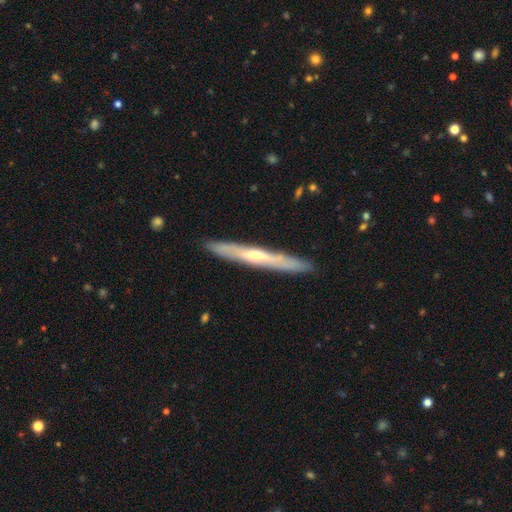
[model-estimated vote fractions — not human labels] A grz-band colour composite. It shows a featured or disk galaxy (63%) viewed edge-on (92%) with a rounded central bulge (60%). Merging: none (90%).